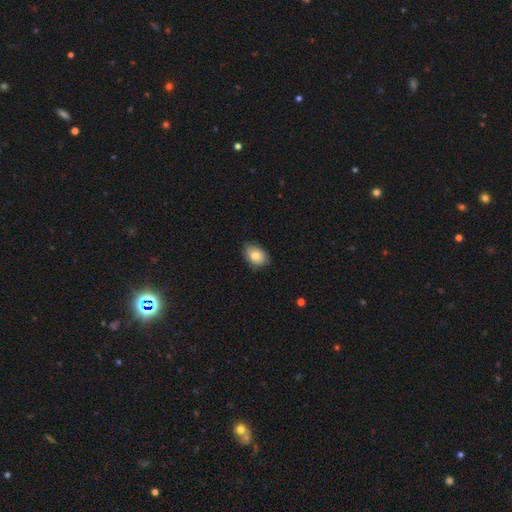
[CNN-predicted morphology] A smooth galaxy with no disk features (80%) that is in between round and cigar-shaped (76%). Merging: none (71%).